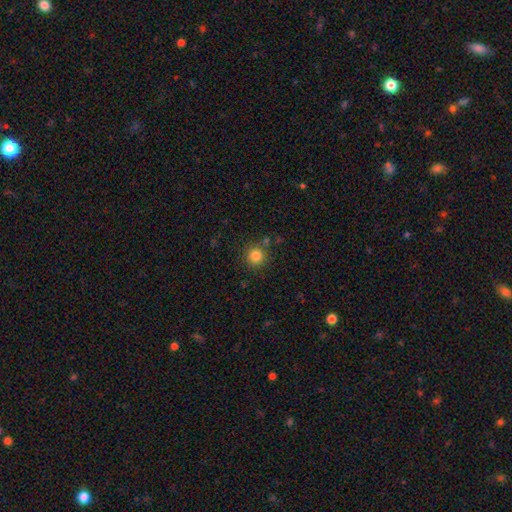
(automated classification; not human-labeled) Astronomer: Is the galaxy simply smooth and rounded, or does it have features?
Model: smooth — 83%.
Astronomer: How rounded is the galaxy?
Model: round — 94%.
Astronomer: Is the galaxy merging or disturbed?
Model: none — 84%.